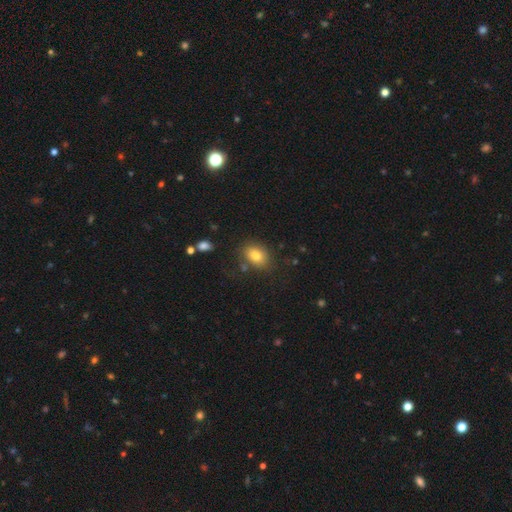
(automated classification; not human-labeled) smooth 80%, featured or disk 11%, star or artifact 10%. Down the decision tree: how rounded — in between (68%); merging — none (76%).